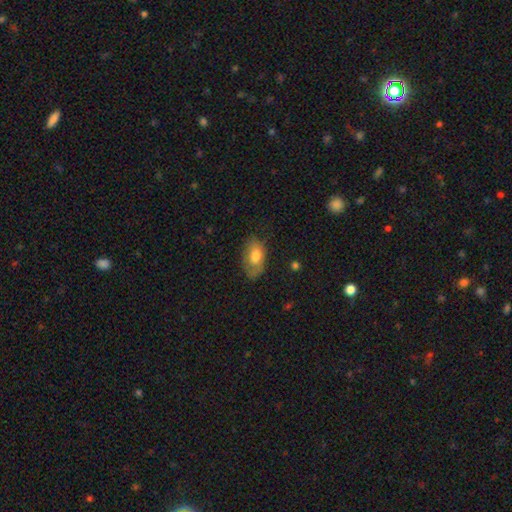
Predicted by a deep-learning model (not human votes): Morphology: type=smooth (68%); roundness=in between (91%); merging=none (57%).